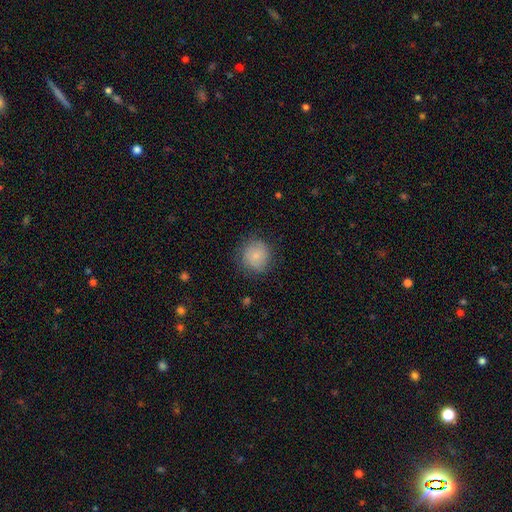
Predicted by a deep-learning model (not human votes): A smooth galaxy with no disk features (83%) that is round (91%).

Vote fractions:
- Smooth or featured? smooth: 83% / featured or disk: 10% / star or artifact: 8%
- How rounded? round: 91% / in between: 8% / cigar-shaped: 1%
- Merging? none: 81% / minor disturbance: 14% / major disturbance: 5% / merger: 1%